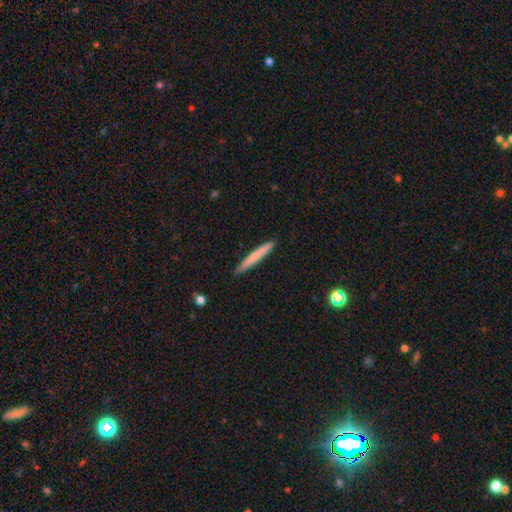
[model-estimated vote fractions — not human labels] A smooth galaxy with no disk features (69%) that is cigar-shaped (97%). Merging: none (91%).